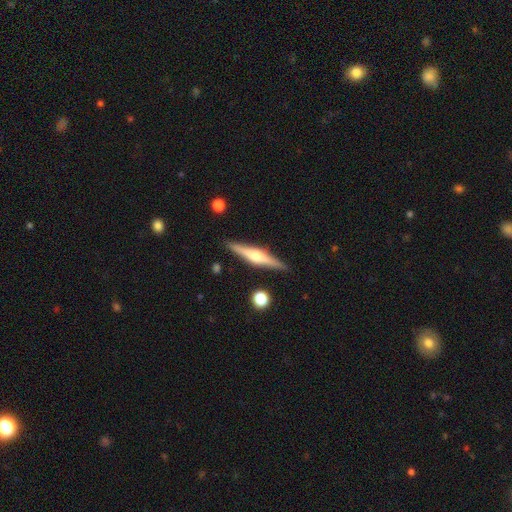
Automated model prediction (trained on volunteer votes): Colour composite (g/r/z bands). It shows a featured or disk galaxy (72%) viewed edge-on (98%) with a rounded central bulge (89%). Merging: none (90%).